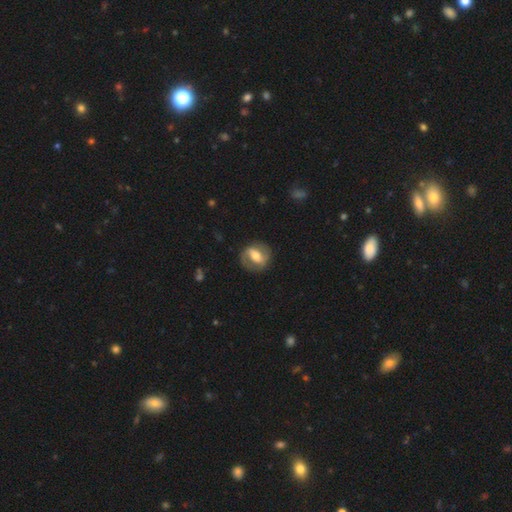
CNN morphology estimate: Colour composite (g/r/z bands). It shows a featured or disk galaxy (70%) with a strong bar (52%), spiral arms (74%) and a moderate central bulge (68%). Merging: none (82%).